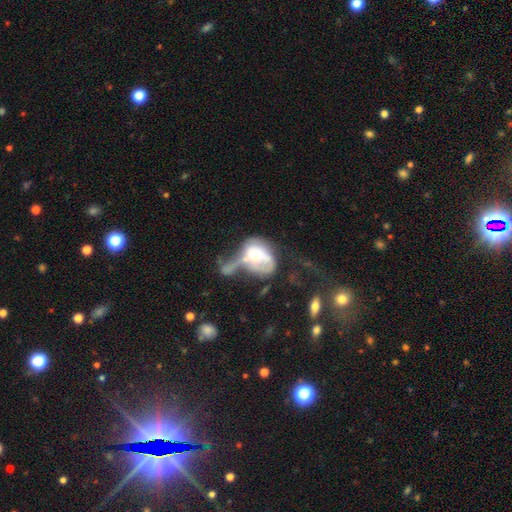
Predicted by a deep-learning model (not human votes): Smooth or featured? Predicted: featured or disk (p=0.48). Merging? Predicted: major disturbance (p=0.43).